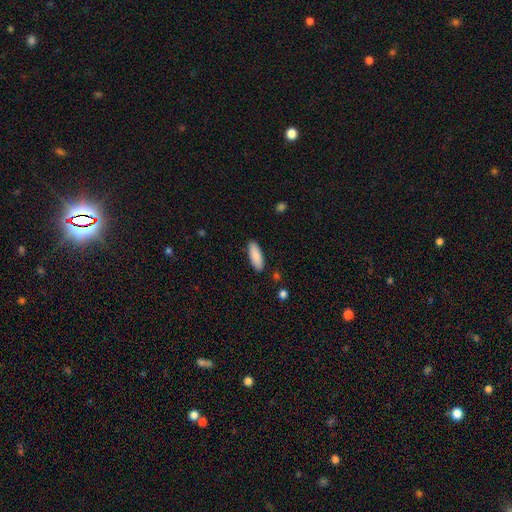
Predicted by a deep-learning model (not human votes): smooth-or-featured: smooth: 89% | star or artifact: 6% | featured or disk: 5%
  how-rounded: in between: 61% | cigar-shaped: 38% | round: 2%
  merging: none: 89% | minor disturbance: 8% | major disturbance: 2% | merger: 1%